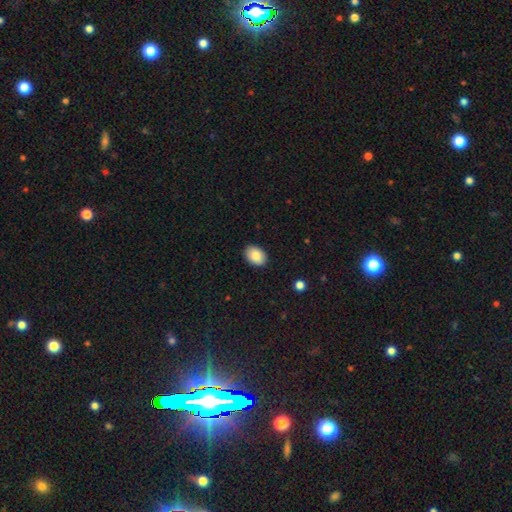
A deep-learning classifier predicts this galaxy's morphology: smooth-or-featured: smooth: 87% | star or artifact: 7% | featured or disk: 6%
  how-rounded: in between: 84% | round: 15% | cigar-shaped: 1%
  merging: none: 90% | minor disturbance: 7% | major disturbance: 2% | merger: 1%